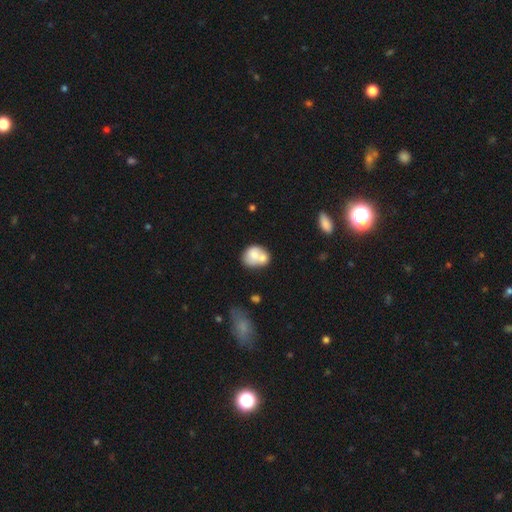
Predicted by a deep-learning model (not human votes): smooth_or_featured: smooth (p=0.68) [alt: featured or disk p=0.25]
how_rounded: round (p=0.54) [alt: in between p=0.45]
merging: merger (p=0.56) [alt: none p=0.28]